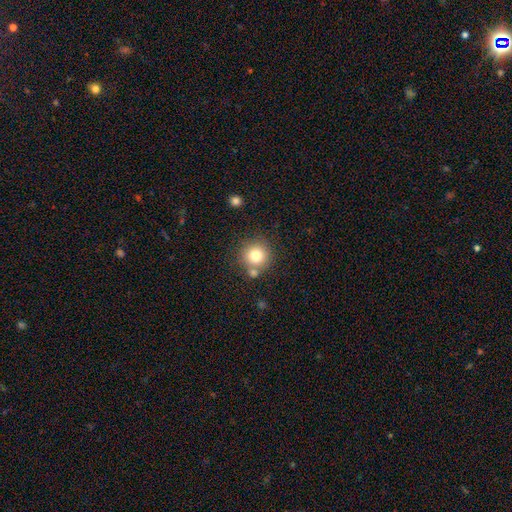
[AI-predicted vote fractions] smooth_or_featured: smooth (p=0.78) [alt: star or artifact p=0.12]
how_rounded: round (p=0.93) [alt: in between p=0.06]
merging: none (p=0.70) [alt: merger p=0.16]